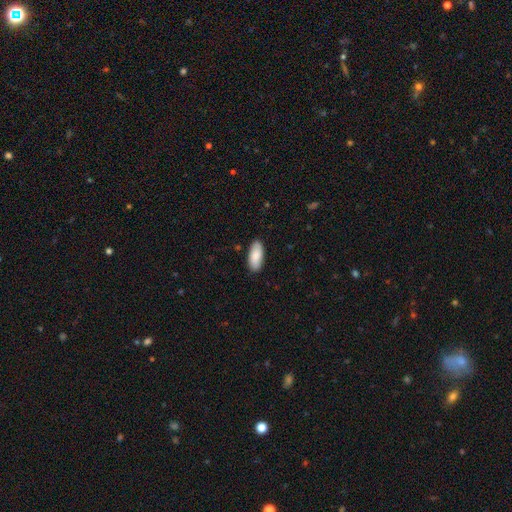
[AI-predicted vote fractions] smooth 86%, featured or disk 8%, star or artifact 6%. Down the decision tree: how rounded — in between (89%); merging — none (87%).